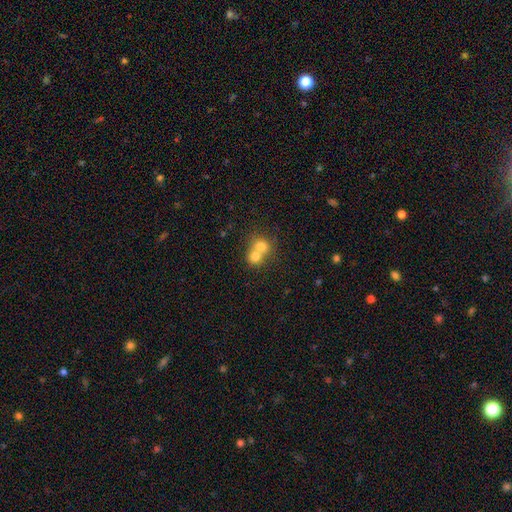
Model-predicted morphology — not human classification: The model was most divided on "merging": merger: 68%, none: 26%, minor disturbance: 4%, major disturbance: 2%. More confident: how rounded — round (79%); smooth or featured — smooth (74%).